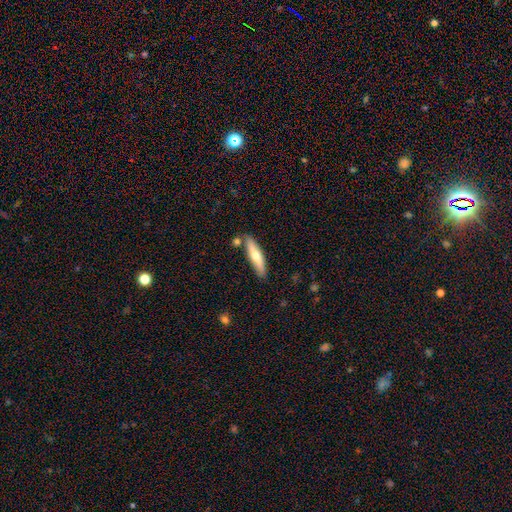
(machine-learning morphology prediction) Smooth or featured: smooth — 55% (featured or disk — 40%)
How rounded: cigar-shaped — 78% (in between — 20%)
Merging: none — 82% (minor disturbance — 11%)